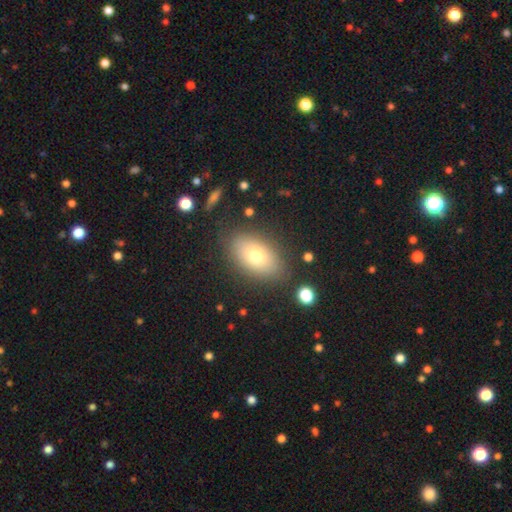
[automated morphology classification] This is likely a smooth galaxy (72%). How rounded: clearly in between (87%). Merging: clearly none (83%).